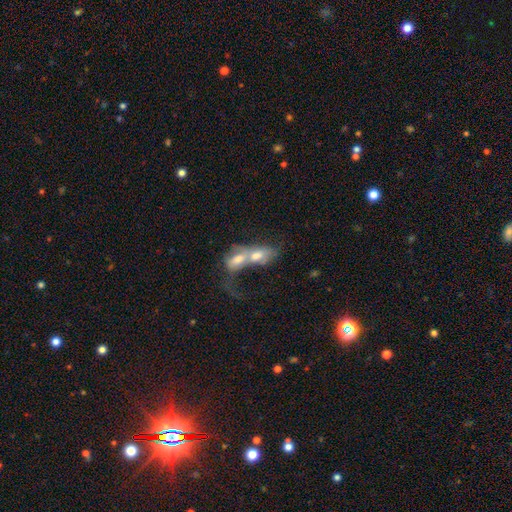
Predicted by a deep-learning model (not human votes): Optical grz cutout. It shows a smooth galaxy with no disk features (43%). Merging: merger (78%).